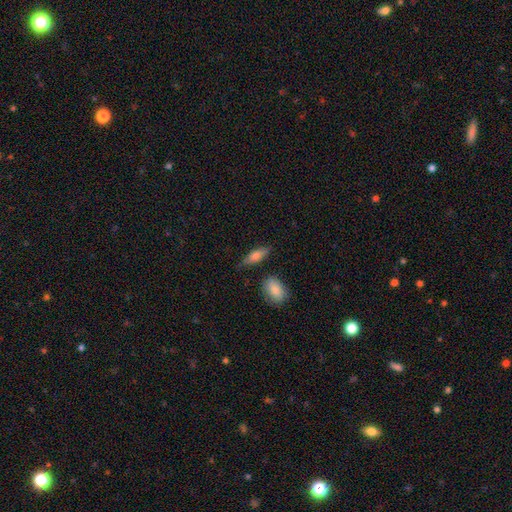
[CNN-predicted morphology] Smooth or featured: smooth — 68% (featured or disk — 25%)
How rounded: in between — 55% (cigar-shaped — 41%)
Merging: none — 74% (minor disturbance — 18%)